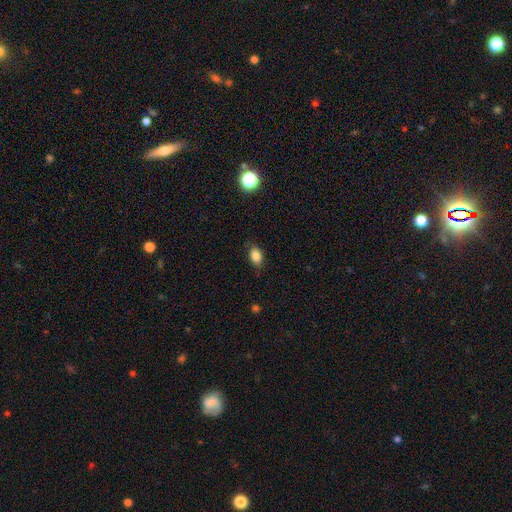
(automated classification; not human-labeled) A smooth galaxy with no disk features (84%) that is in between round and cigar-shaped (87%).

Vote fractions:
- Smooth or featured? smooth: 84% / star or artifact: 9% / featured or disk: 7%
- How rounded? in between: 87% / round: 11% / cigar-shaped: 2%
- Merging? none: 82% / minor disturbance: 14% / major disturbance: 3% / merger: 1%